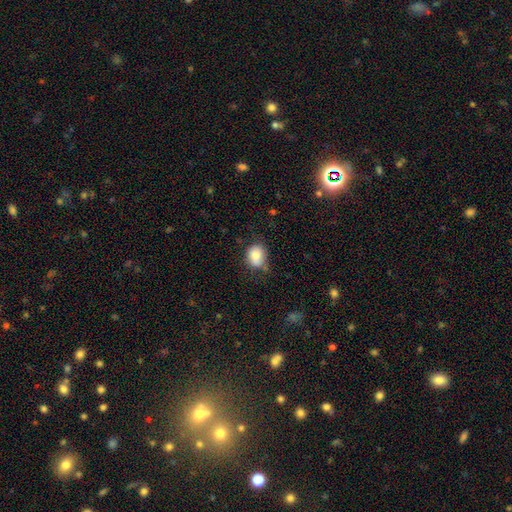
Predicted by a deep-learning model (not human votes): smooth_or_featured: smooth (p=0.81) [alt: featured or disk p=0.10]
how_rounded: round (p=0.57) [alt: in between p=0.42]
merging: none (p=0.60) [alt: minor disturbance p=0.27]